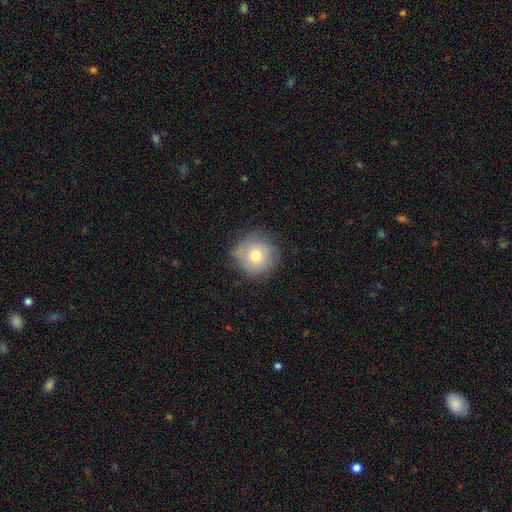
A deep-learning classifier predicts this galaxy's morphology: The model was most divided on "smooth or featured": smooth: 71%, featured or disk: 20%, star or artifact: 9%. More confident: how rounded — round (94%); merging — none (76%).